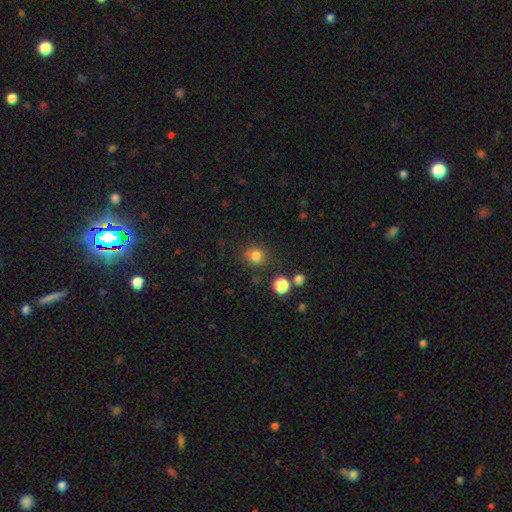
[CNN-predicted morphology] type=smooth (80%); roundness=round (85%); merging=none (83%).